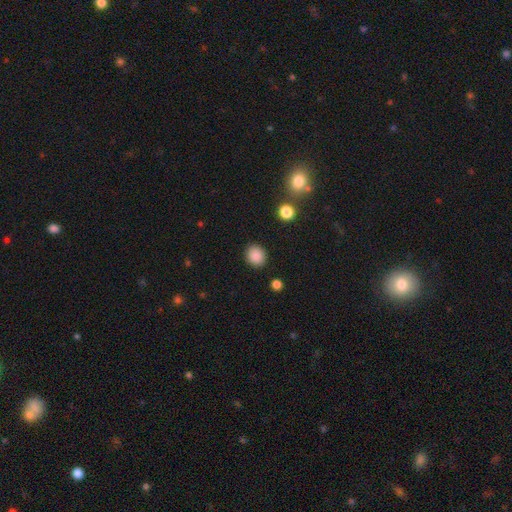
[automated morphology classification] smooth 87%, star or artifact 10%, featured or disk 3%. Down the decision tree: how rounded — round (72%); merging — none (89%).